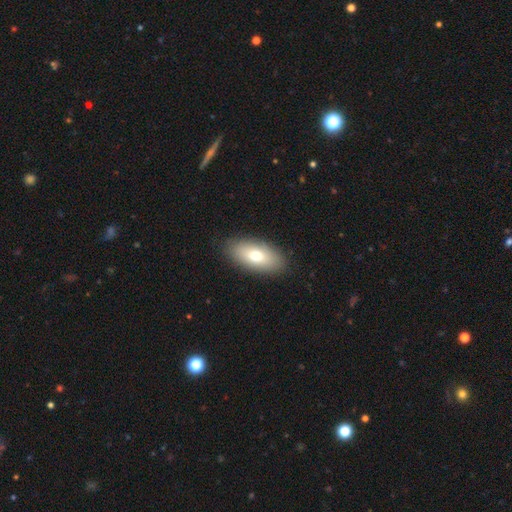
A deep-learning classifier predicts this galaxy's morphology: smooth_or_featured: smooth (p=0.75) [alt: featured or disk p=0.18]
how_rounded: in between (p=0.90) [alt: cigar-shaped p=0.07]
merging: none (p=0.87) [alt: minor disturbance p=0.09]